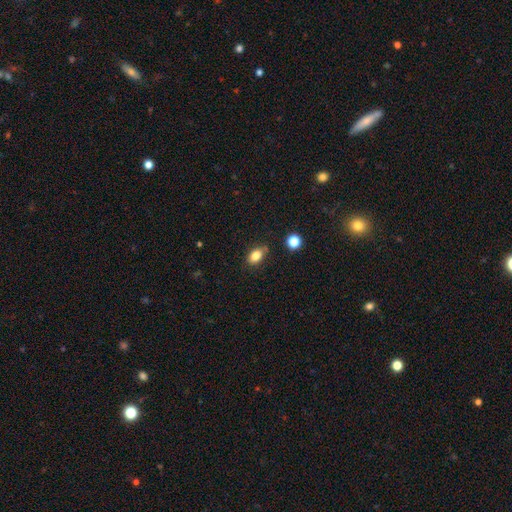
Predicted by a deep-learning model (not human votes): Smooth or featured?
  - smooth: 82% *
  - star or artifact: 10%
  - featured or disk: 8%
How rounded?
  - in between: 83% *
  - round: 14%
  - cigar-shaped: 3%
Merging?
  - none: 77% *
  - minor disturbance: 15%
  - merger: 5%
  - major disturbance: 3%